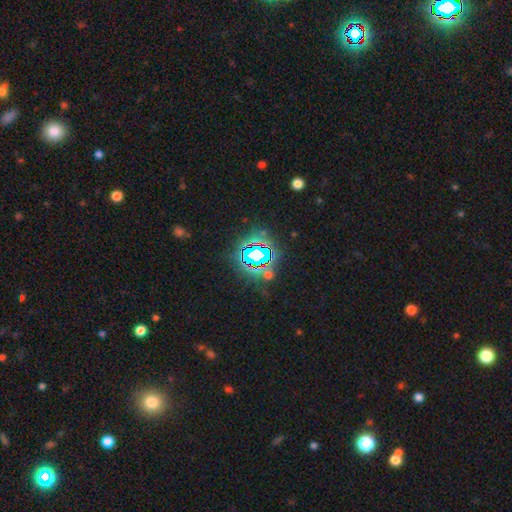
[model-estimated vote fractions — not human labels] star or artifact 75%, smooth 14%, featured or disk 11%.